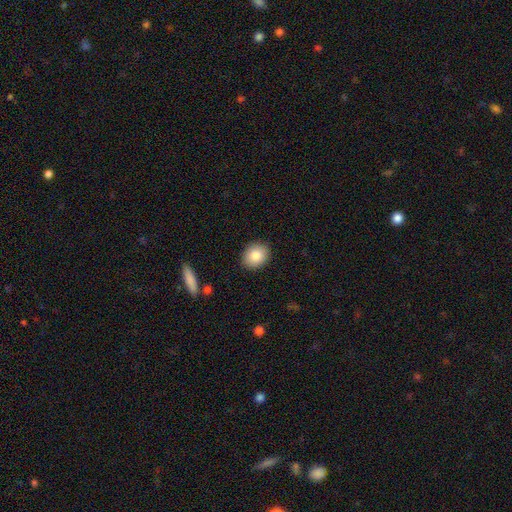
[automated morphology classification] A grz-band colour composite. It shows a smooth galaxy with no disk features (85%) that is round (54%). Merging: none (89%).